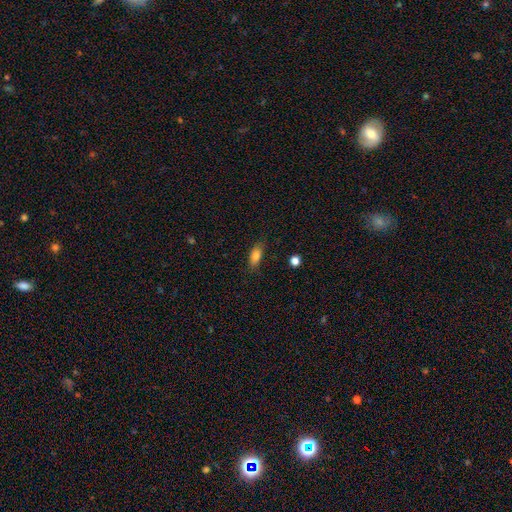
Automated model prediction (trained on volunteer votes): This appears to be a smooth galaxy with no disk features (83%) that is in between round and cigar-shaped (79%). Merging: none (77%).